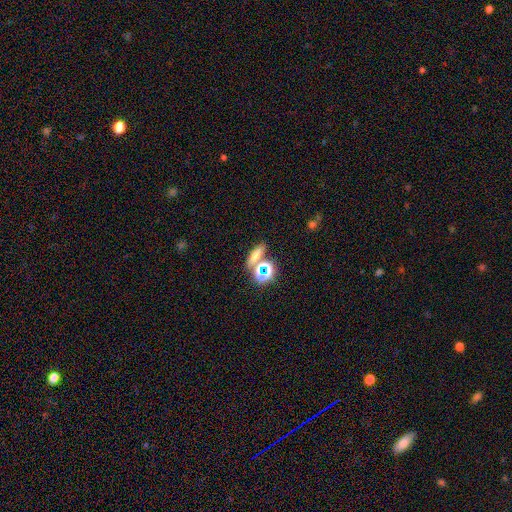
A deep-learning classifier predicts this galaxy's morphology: smooth-or-featured: smooth: 53% | star or artifact: 29% | featured or disk: 18%
  how-rounded: in between: 43% | cigar-shaped: 33% | round: 23%
  merging: none: 66% | merger: 20% | minor disturbance: 9% | major disturbance: 5%